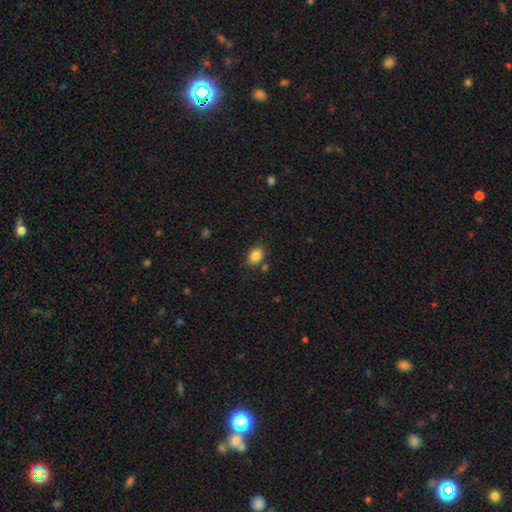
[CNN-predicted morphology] smooth_or_featured: smooth (p=0.86) [alt: star or artifact p=0.09]
how_rounded: in between (p=0.78) [alt: round p=0.21]
merging: none (p=0.78) [alt: minor disturbance p=0.13]